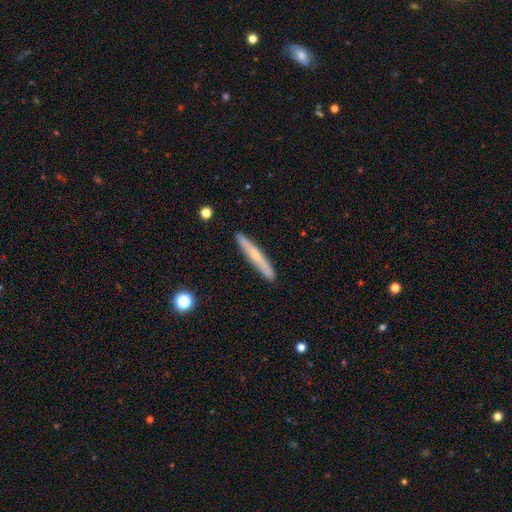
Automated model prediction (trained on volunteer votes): The model was most divided on "smooth or featured": featured or disk: 47%, smooth: 46%, star or artifact: 6%. More confident: merging — none (89%).